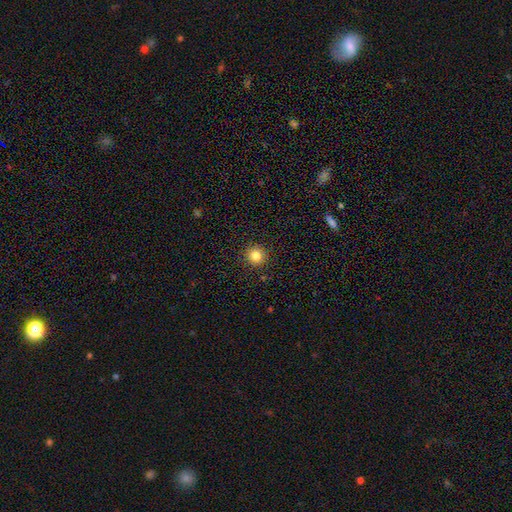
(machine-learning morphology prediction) Q: Smooth or featured?
A: smooth (82%); runner-up: star or artifact (12%)
Q: How rounded?
A: round (94%); runner-up: in between (5%)
Q: Merging?
A: none (92%); runner-up: minor disturbance (5%)